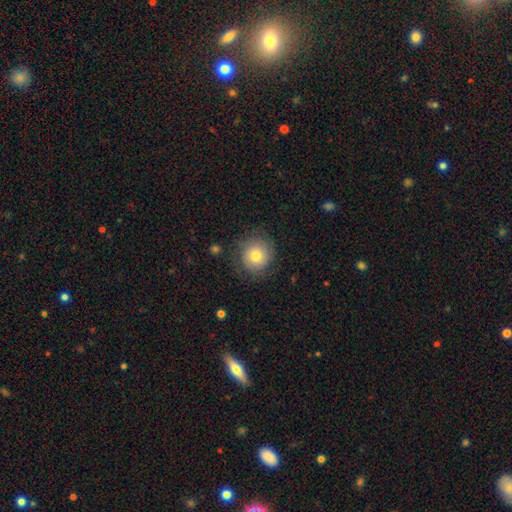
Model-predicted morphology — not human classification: smooth 75%, featured or disk 15%, star or artifact 10%. Down the decision tree: how rounded — round (91%); merging — none (79%).